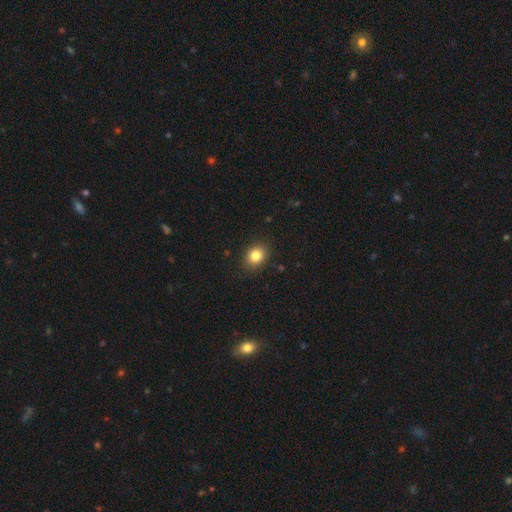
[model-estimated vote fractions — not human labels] Smooth or featured? smooth (83%)
How rounded? in between (57%)
Merging? none (87%)